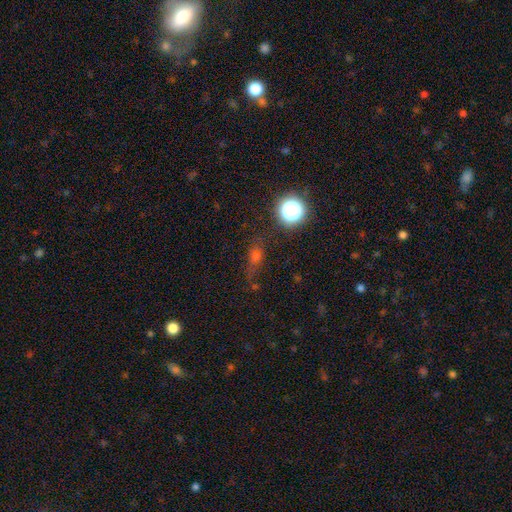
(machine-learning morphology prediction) This is possibly a smooth galaxy (52%). How rounded: possibly in between (46%). Merging: likely none (65%).